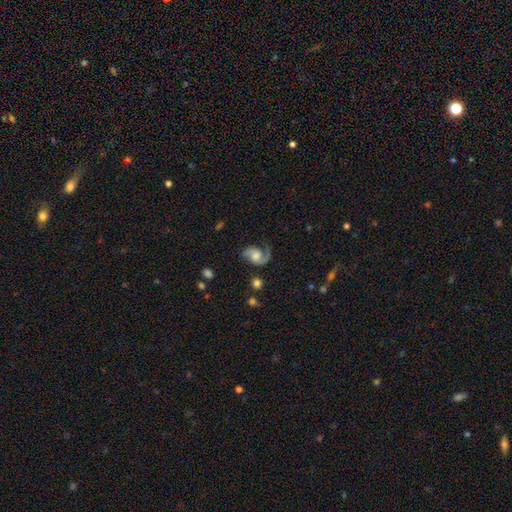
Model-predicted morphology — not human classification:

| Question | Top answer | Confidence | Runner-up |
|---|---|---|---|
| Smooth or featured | featured or disk | 82% | smooth (11%) |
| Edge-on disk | no | 98% | yes (2%) |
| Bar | no | 61% | weak (32%) |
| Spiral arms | yes | 96% | no (4%) |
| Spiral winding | medium | 47% | loose (37%) |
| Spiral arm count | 2 | 76% | 1 (18%) |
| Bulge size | moderate | 46% | large (22%) |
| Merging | none | 63% | minor disturbance (20%) |